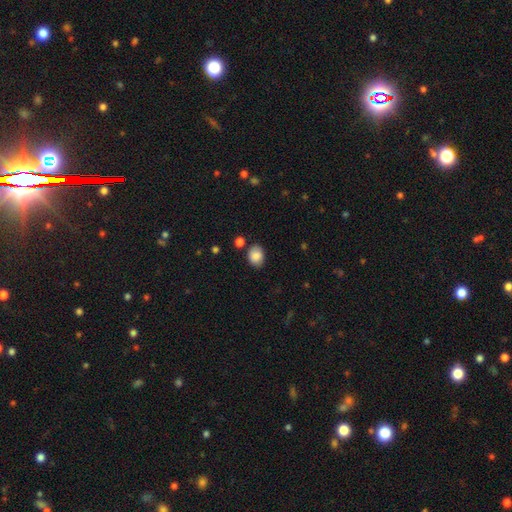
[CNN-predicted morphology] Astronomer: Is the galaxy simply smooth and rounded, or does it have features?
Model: smooth — 86%.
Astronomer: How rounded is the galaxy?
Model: in between — 59% (runner-up: round, 40%).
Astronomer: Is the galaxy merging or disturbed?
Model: none — 77%.